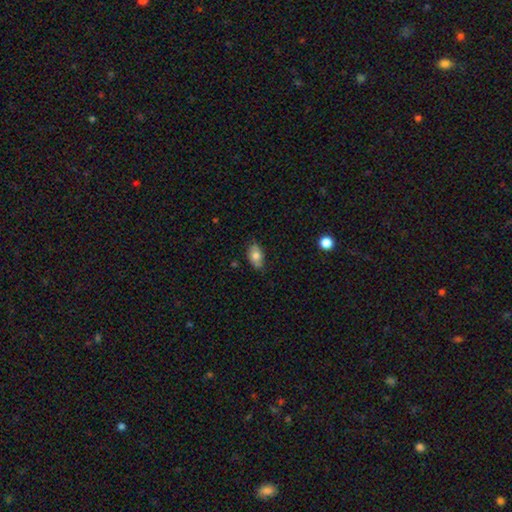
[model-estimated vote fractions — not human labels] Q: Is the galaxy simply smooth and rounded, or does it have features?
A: smooth — 73%.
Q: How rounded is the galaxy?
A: in between — 89%.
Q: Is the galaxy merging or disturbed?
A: none — 76%.